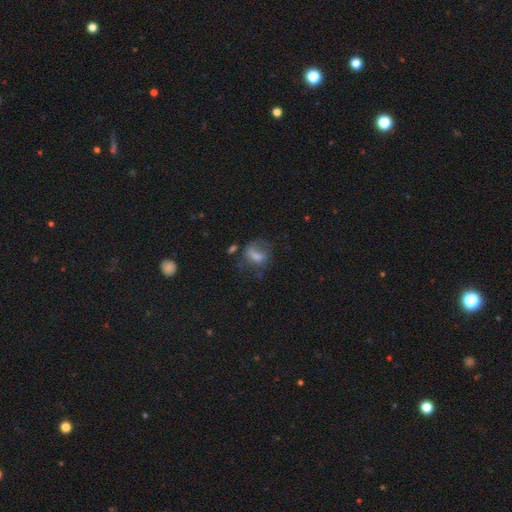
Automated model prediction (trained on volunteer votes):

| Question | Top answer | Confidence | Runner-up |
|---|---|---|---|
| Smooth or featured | smooth | 49% | featured or disk (33%) |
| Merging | none | 42% | major disturbance (31%) |